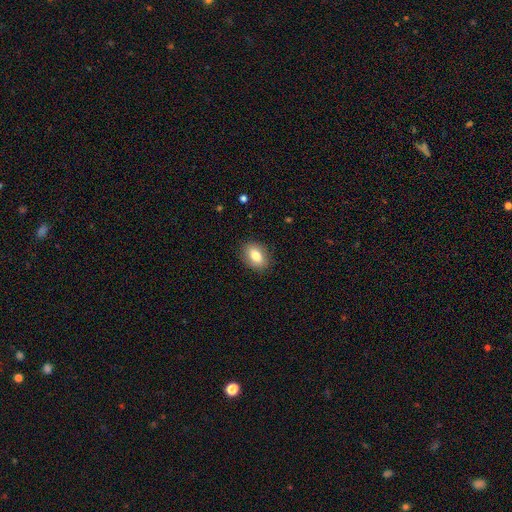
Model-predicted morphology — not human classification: type=smooth (81%); roundness=in between (78%); merging=none (88%).